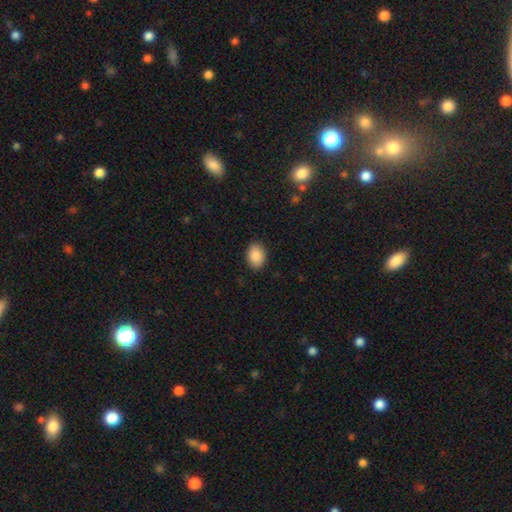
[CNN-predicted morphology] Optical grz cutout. It shows a smooth galaxy with no disk features (89%) that is in between round and cigar-shaped (78%). Merging: none (89%).